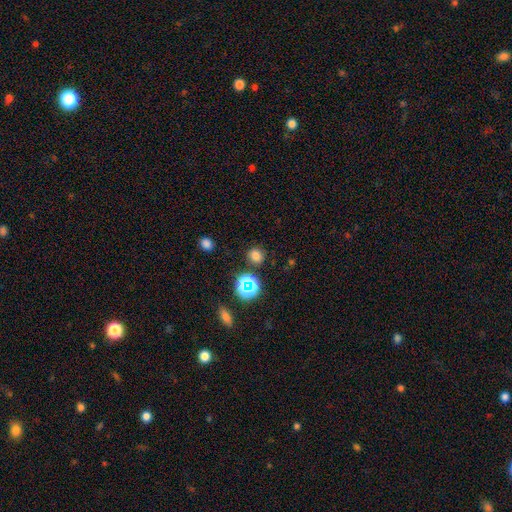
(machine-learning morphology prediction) smooth-or-featured: smooth: 72% | star or artifact: 23% | featured or disk: 5%
  how-rounded: round: 78% | in between: 21% | cigar-shaped: 1%
  merging: none: 84% | minor disturbance: 10% | major disturbance: 3% | merger: 3%